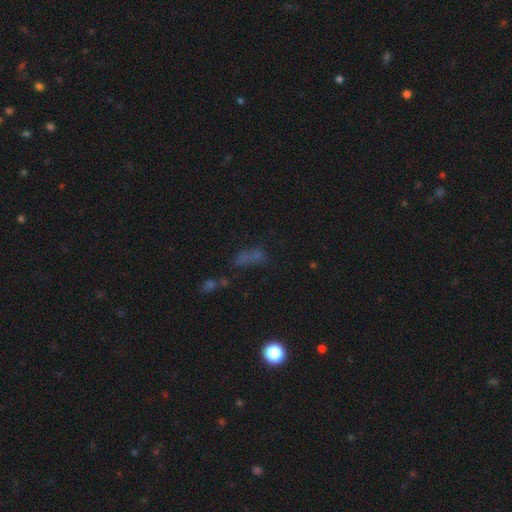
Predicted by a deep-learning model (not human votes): The model was most divided on "smooth or featured": smooth: 46%, star or artifact: 39%, featured or disk: 15%. Remaining: merging — none (49%).